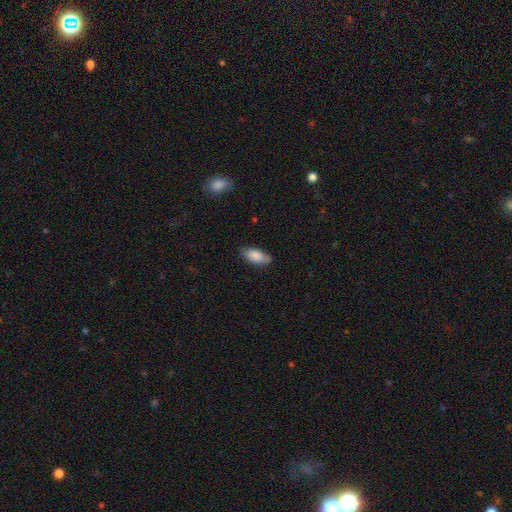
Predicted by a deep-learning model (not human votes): This appears to be a smooth galaxy with no disk features (83%) that is in between round and cigar-shaped (87%). Merging: none (74%).